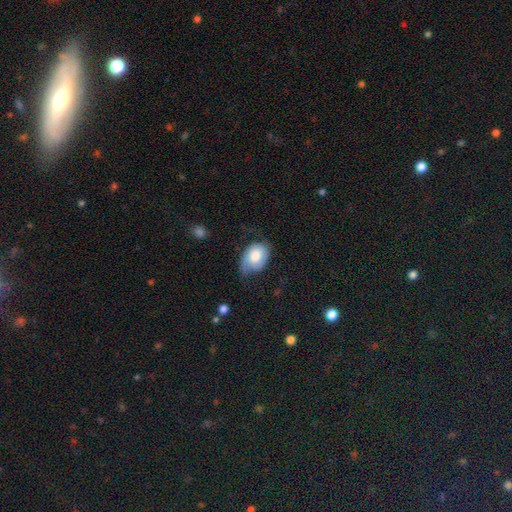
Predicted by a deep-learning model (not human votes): Overall: smooth (64%; featured or disk 29%). How rounded: in between (79%). Merging: none (42%; minor disturbance 39%).